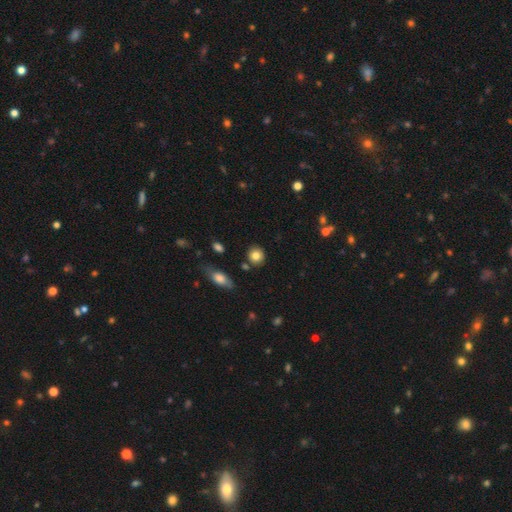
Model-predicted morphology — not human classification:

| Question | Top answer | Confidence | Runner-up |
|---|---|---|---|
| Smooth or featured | smooth | 83% | star or artifact (9%) |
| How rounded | round | 86% | in between (12%) |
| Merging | none | 86% | minor disturbance (8%) |